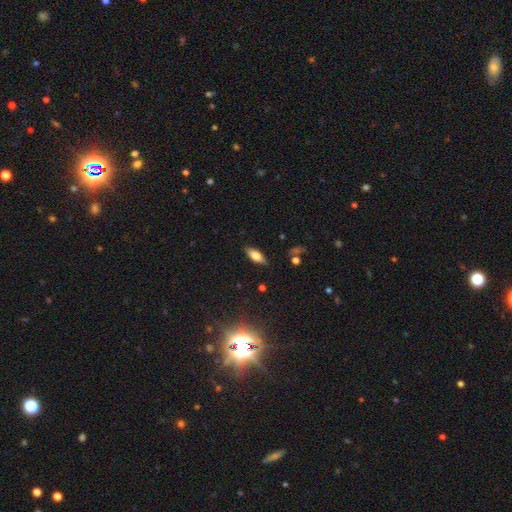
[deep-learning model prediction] smooth_or_featured: smooth (p=0.68) [alt: featured or disk p=0.23]
how_rounded: in between (p=0.74) [alt: cigar-shaped p=0.23]
merging: none (p=0.85) [alt: minor disturbance p=0.11]